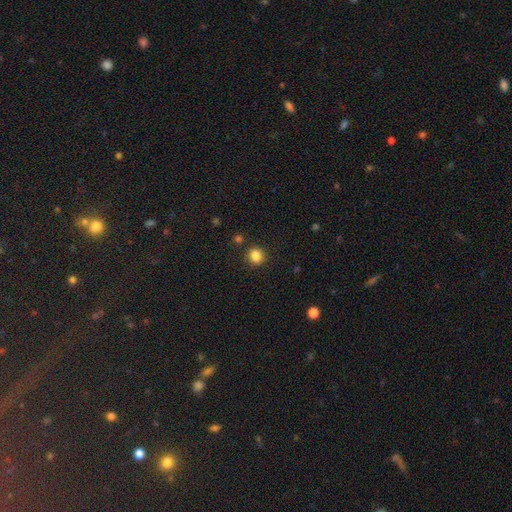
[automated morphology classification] type=smooth (84%); roundness=round (84%); merging=none (88%).